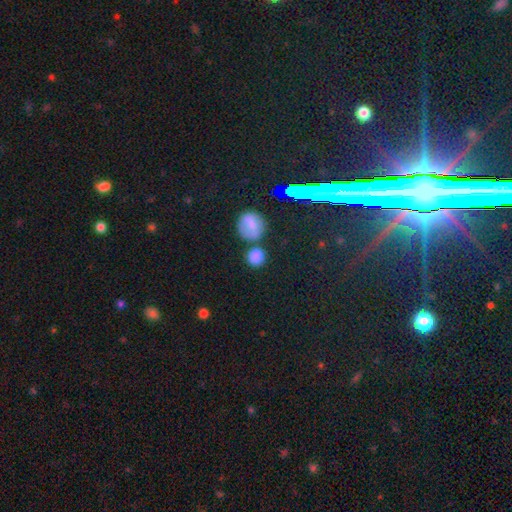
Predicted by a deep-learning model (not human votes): smooth_or_featured: smooth (p=0.78) [alt: star or artifact p=0.15]
how_rounded: round (p=0.82) [alt: in between p=0.17]
merging: none (p=0.71) [alt: merger p=0.12]